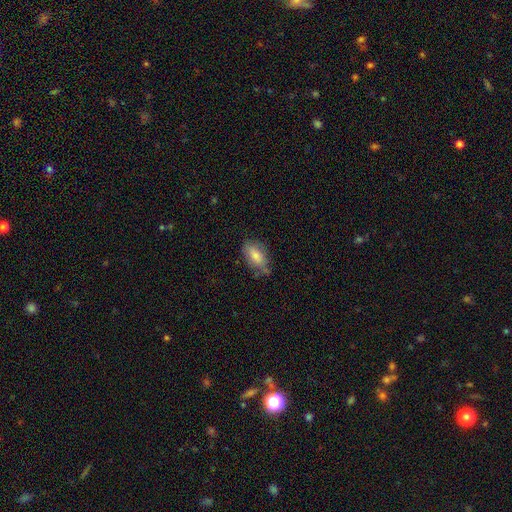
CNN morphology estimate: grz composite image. It shows a smooth galaxy with no disk features (77%) that is in between round and cigar-shaped (90%). Merging: none (65%).